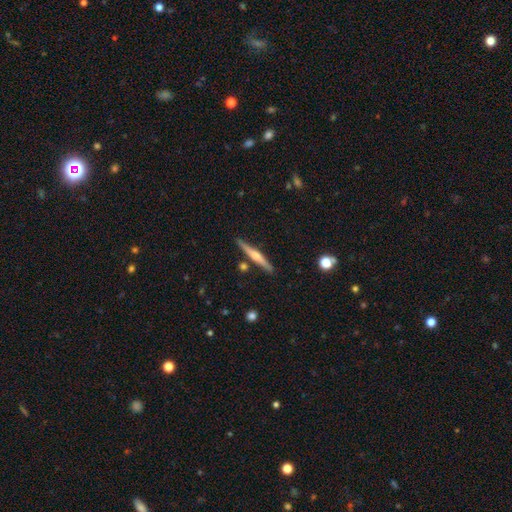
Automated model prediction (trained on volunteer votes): This appears to be a featured or disk galaxy (60%) viewed edge-on (97%) with a rounded central bulge (74%). Merging: none (86%).